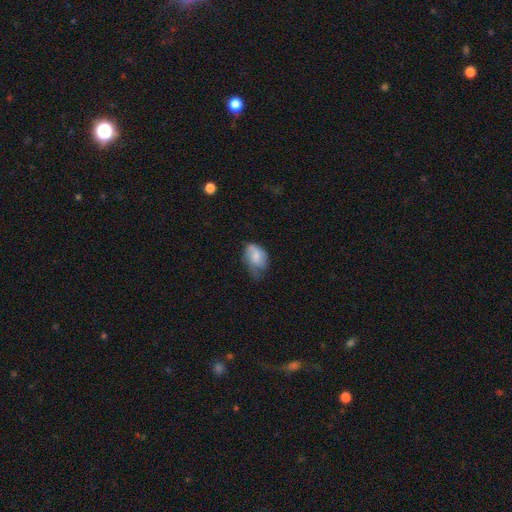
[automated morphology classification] A smooth galaxy with no disk features (69%) that is in between round and cigar-shaped (83%). Merging: minor disturbance (43%).